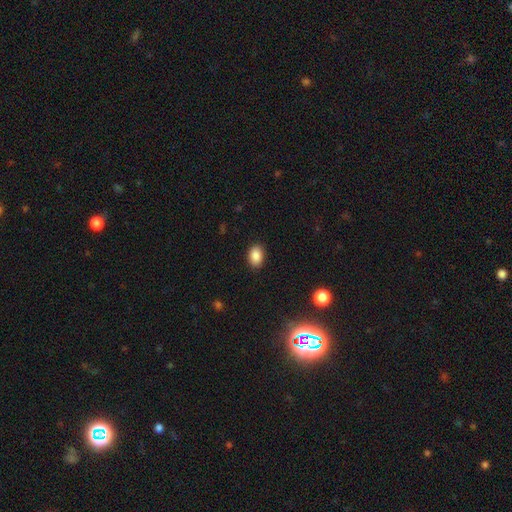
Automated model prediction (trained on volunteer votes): smooth 88%, star or artifact 9%, featured or disk 4%. Down the decision tree: how rounded — in between (81%); merging — none (89%).